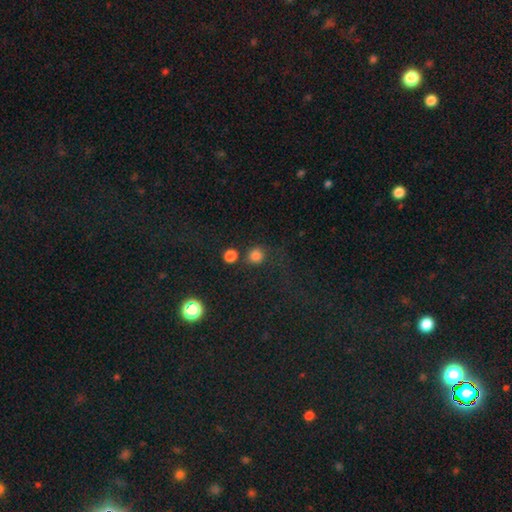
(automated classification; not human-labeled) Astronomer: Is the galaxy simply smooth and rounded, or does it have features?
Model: smooth — 81%.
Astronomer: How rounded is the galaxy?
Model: round — 89%.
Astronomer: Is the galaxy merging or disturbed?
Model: none — 70%.